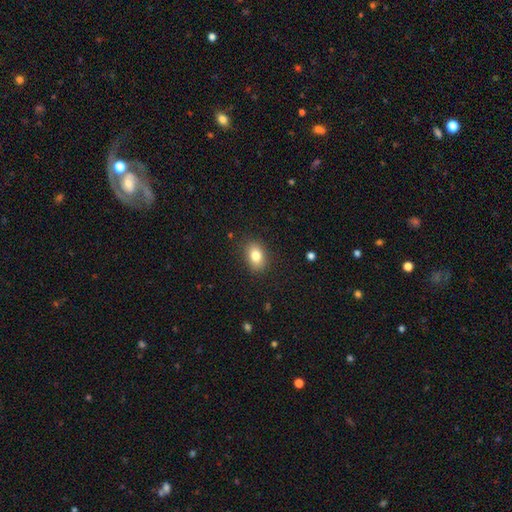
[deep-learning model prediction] Smooth or featured? Predicted: smooth (p=0.82). How rounded? Predicted: in between (p=0.78). Merging? Predicted: none (p=0.86).